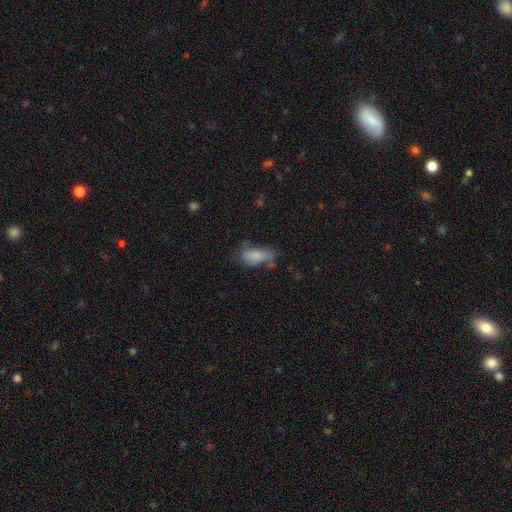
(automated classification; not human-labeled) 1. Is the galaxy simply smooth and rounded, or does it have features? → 76% smooth, 15% featured or disk, 9% star or artifact.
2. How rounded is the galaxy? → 88% in between, 8% cigar-shaped, 4% round.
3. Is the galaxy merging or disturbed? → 41% none, 32% minor disturbance, 18% major disturbance, 9% merger.